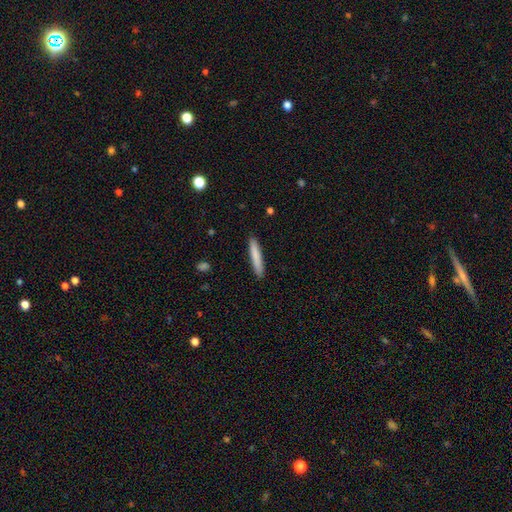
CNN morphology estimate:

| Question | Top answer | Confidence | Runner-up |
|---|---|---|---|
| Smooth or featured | smooth | 81% | featured or disk (13%) |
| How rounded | cigar-shaped | 93% | in between (6%) |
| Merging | none | 89% | minor disturbance (8%) |